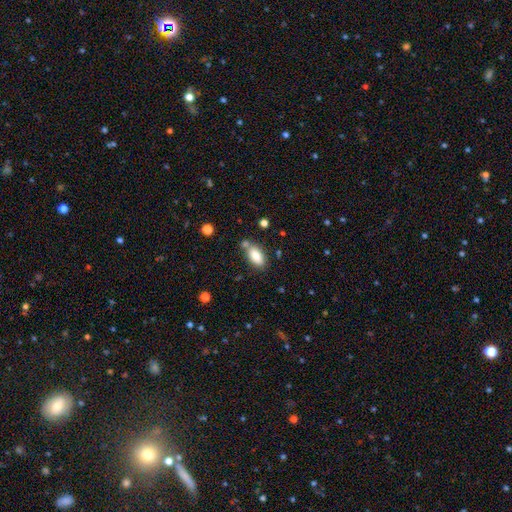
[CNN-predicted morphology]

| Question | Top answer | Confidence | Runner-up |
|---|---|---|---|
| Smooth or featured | smooth | 83% | featured or disk (10%) |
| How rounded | in between | 90% | cigar-shaped (6%) |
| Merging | none | 64% | minor disturbance (16%) |